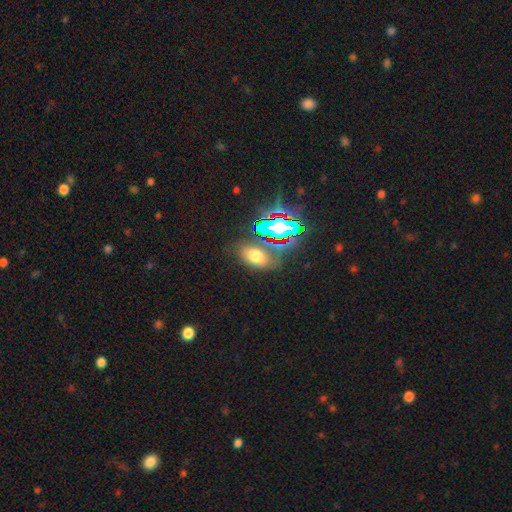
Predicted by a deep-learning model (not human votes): The model was most divided on "smooth or featured": smooth: 57%, star or artifact: 29%, featured or disk: 14%. More confident: how rounded — in between (87%); merging — none (74%).